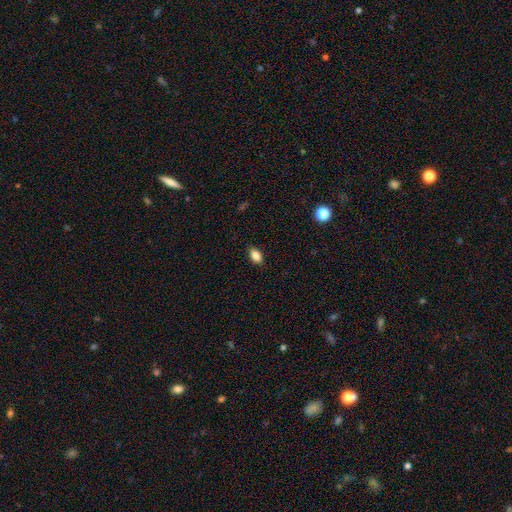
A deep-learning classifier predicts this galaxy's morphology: Q: Smooth or featured?
A: smooth (86%); runner-up: star or artifact (9%)
Q: How rounded?
A: in between (88%); runner-up: round (8%)
Q: Merging?
A: none (87%); runner-up: minor disturbance (10%)